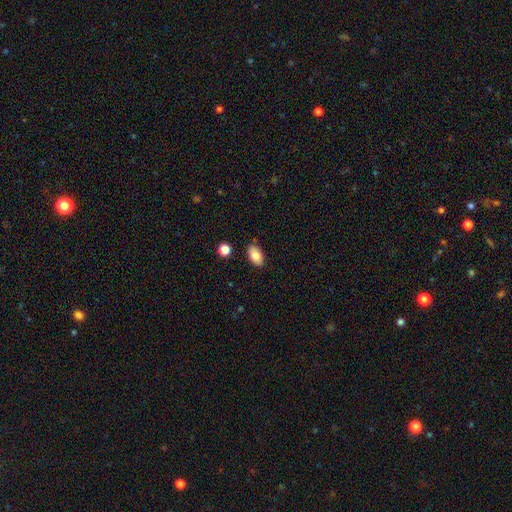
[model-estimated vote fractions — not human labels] Smooth or featured: smooth — 82% (featured or disk — 10%)
How rounded: in between — 92% (round — 6%)
Merging: none — 81% (minor disturbance — 13%)